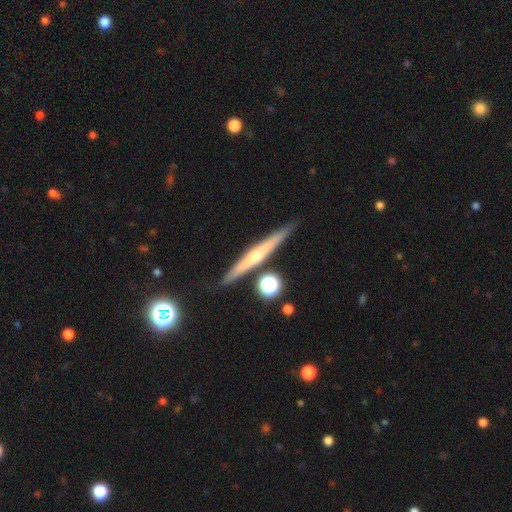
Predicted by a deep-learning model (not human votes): A featured or disk galaxy (71%) viewed edge-on (97%) with a rounded central bulge (66%).

Vote fractions:
- Smooth or featured? featured or disk: 71% / smooth: 21% / star or artifact: 8%
- Edge-on disk? yes: 97% / no: 3%
- Edge-on bulge? rounded: 66% / none: 27% / boxy: 7%
- Merging? none: 87% / minor disturbance: 7% / merger: 4% / major disturbance: 2%